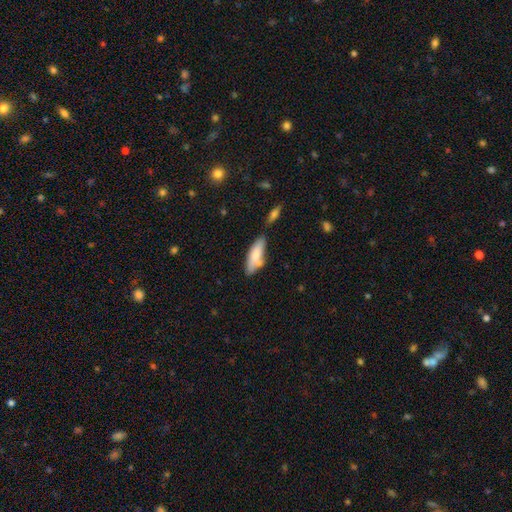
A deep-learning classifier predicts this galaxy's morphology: type=smooth (74%); roundness=in between (62%); merging=none (57%).